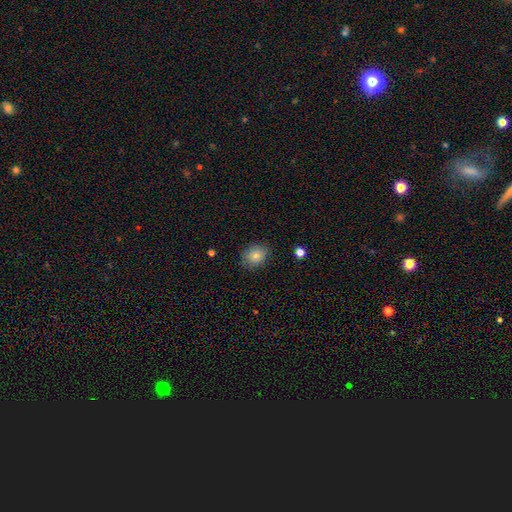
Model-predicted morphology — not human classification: A smooth galaxy with no disk features (85%) that is in between round and cigar-shaped (50%, tied with round). Merging: none (80%).